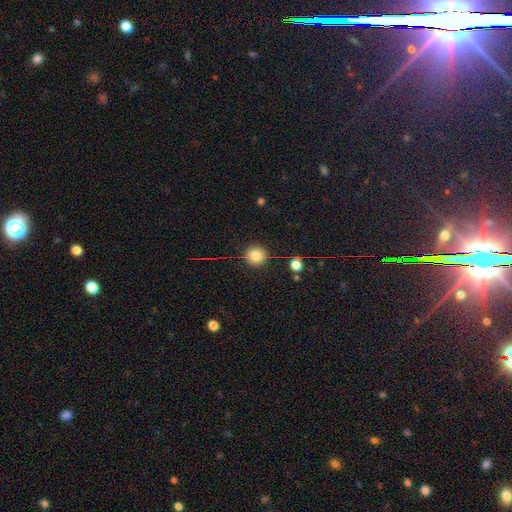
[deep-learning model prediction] A smooth galaxy with no disk features (82%) that is round (94%). Merging: none (90%).